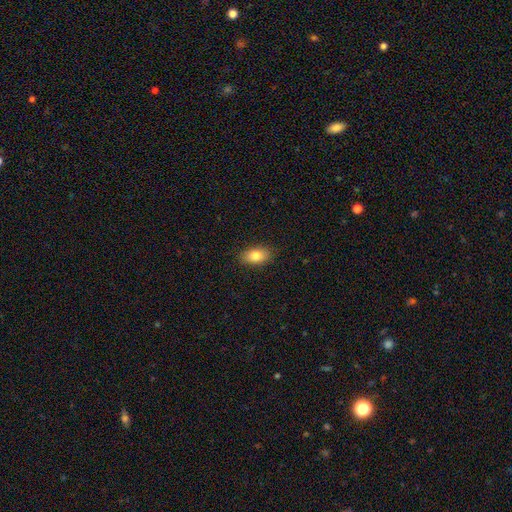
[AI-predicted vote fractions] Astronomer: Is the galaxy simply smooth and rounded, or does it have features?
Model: smooth — 82%.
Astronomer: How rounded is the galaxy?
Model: in between — 90%.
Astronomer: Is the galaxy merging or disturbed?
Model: none — 88%.